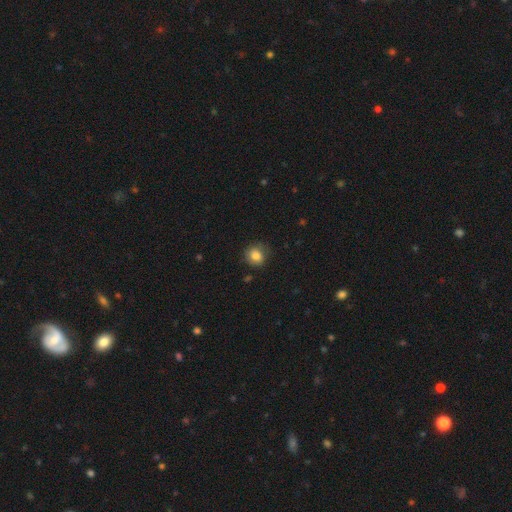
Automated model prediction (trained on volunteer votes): Morphology: type=smooth (83%); roundness=round (76%); merging=none (74%).